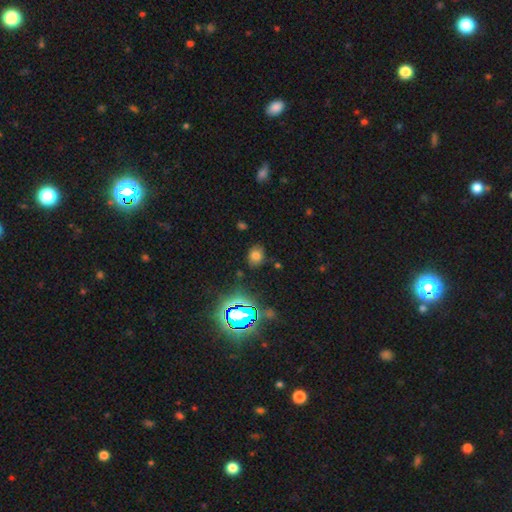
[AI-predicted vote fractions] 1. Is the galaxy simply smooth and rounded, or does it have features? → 68% smooth, 23% star or artifact, 9% featured or disk.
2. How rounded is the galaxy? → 54% round, 44% in between, 1% cigar-shaped.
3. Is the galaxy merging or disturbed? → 81% none, 13% minor disturbance, 4% major disturbance, 3% merger.